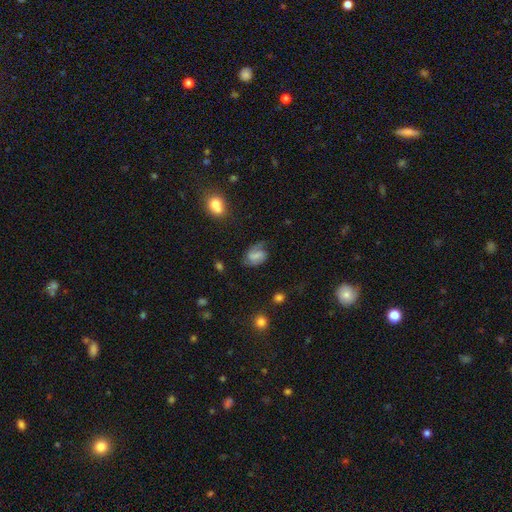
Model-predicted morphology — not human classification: type=featured or disk (56%); edge-on=no (97%); bar=weak (47%); spiral arms=yes (88%); bulge=small (37%); merging=none (55%).